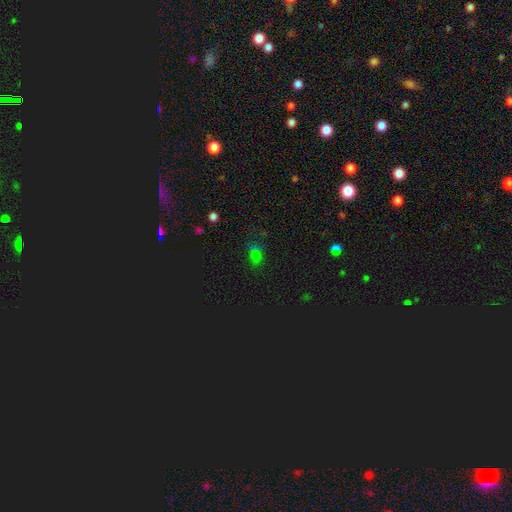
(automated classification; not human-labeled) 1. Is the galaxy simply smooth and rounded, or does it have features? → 52% smooth, 38% star or artifact, 10% featured or disk.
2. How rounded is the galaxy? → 59% in between, 36% round, 5% cigar-shaped.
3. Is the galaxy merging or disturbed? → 54% none, 22% merger, 15% minor disturbance, 9% major disturbance.